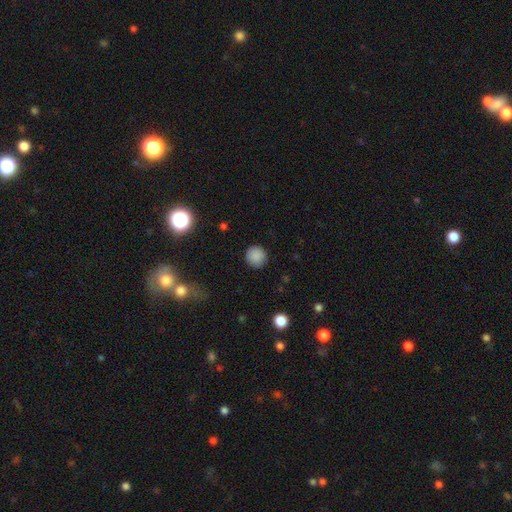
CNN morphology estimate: The model was most divided on "smooth or featured": smooth: 86%, star or artifact: 10%, featured or disk: 4%. More confident: how rounded — round (94%); merging — none (90%).